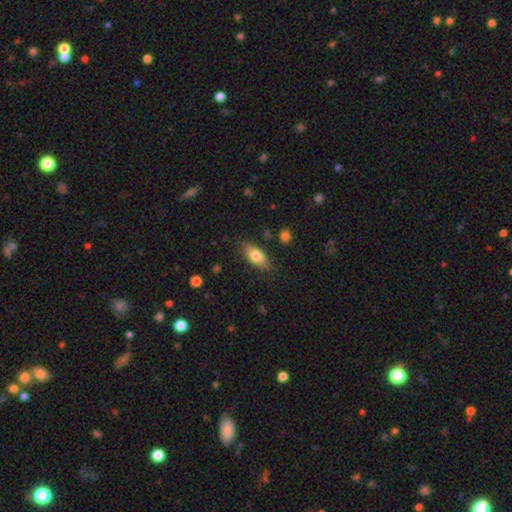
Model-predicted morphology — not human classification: Smooth or featured? Predicted: smooth (p=0.75). How rounded? Predicted: in between (p=0.82). Merging? Predicted: none (p=0.83).